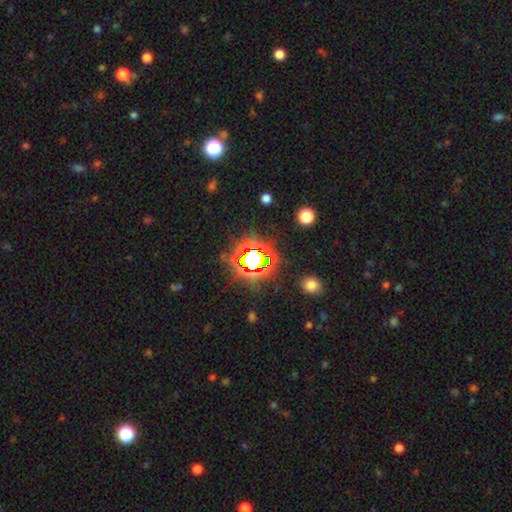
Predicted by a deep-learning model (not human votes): Morphology: type=star or artifact (74%).